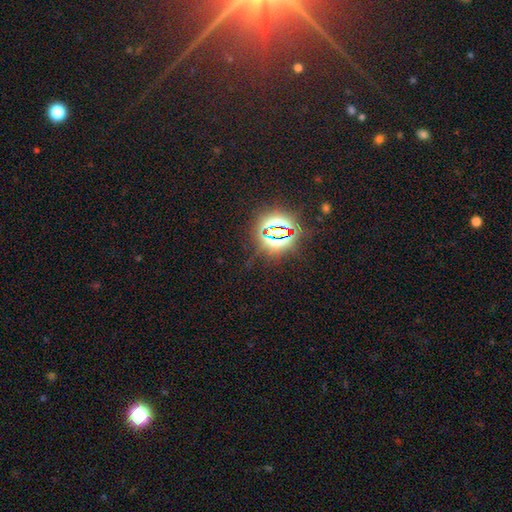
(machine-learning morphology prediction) Smooth or featured?
  - star or artifact: 82% *
  - smooth: 11%
  - featured or disk: 7%